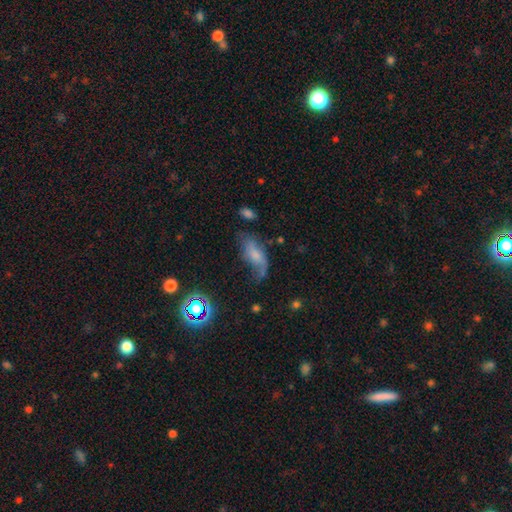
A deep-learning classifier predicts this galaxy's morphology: A featured or disk galaxy (46%). Merging: none (39%).